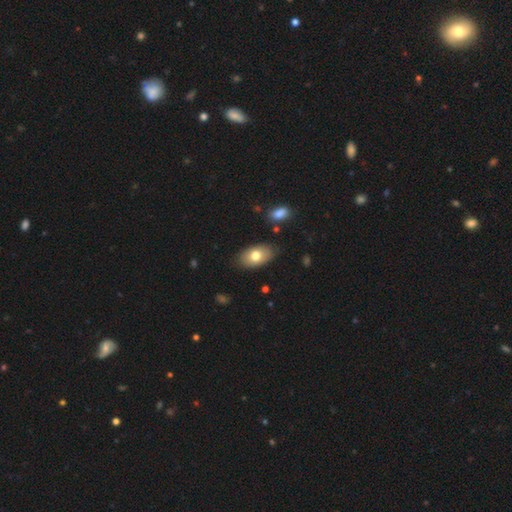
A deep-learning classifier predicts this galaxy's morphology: The model was most divided on "smooth or featured": smooth: 73%, featured or disk: 20%, star or artifact: 7%. More confident: how rounded — in between (92%); merging — none (82%).